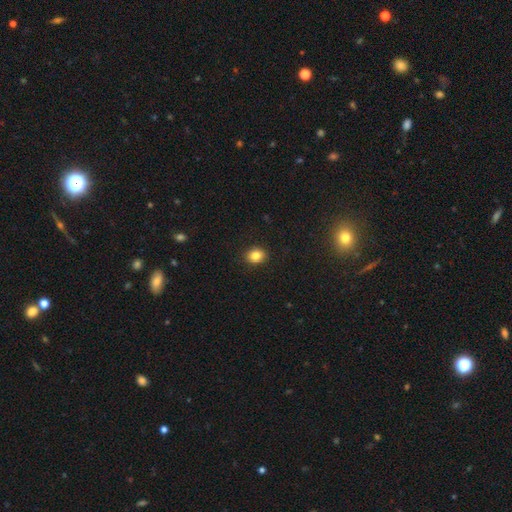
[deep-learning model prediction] Smooth or featured: smooth — 84% (star or artifact — 10%)
How rounded: round — 61% (in between — 38%)
Merging: none — 90% (minor disturbance — 7%)